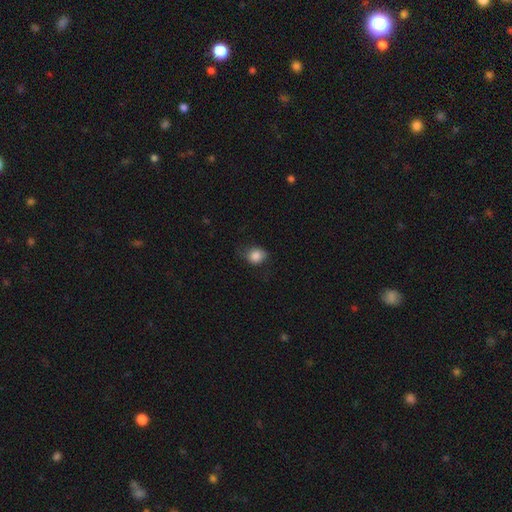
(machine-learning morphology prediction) smooth 85%, star or artifact 9%, featured or disk 6%. Down the decision tree: how rounded — round (63%); merging — none (68%).